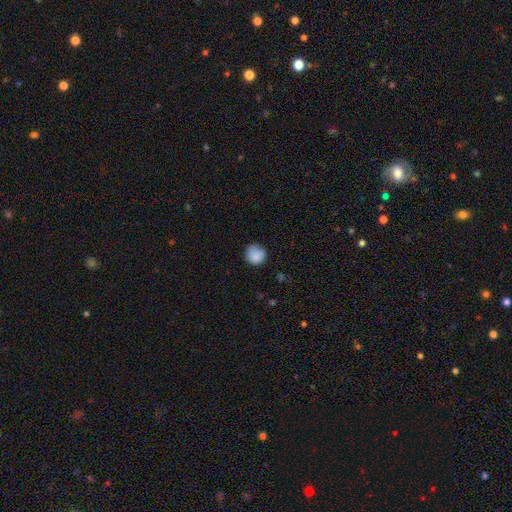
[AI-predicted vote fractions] This is clearly a smooth galaxy (86%). How rounded: clearly round (89%). Merging: likely none (73%).